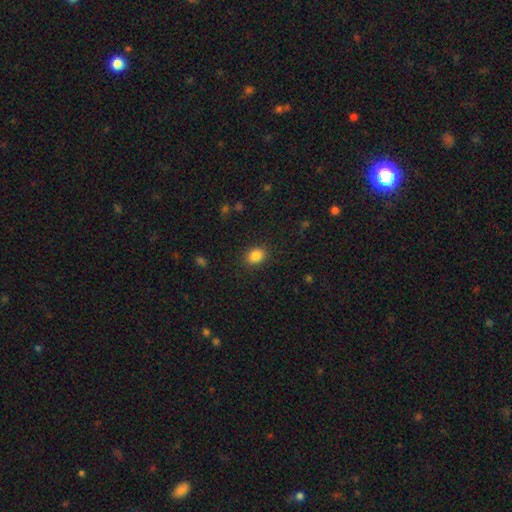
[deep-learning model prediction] A smooth galaxy with no disk features (85%) that is in between round and cigar-shaped (53%).

Vote fractions:
- Smooth or featured? smooth: 85% / star or artifact: 10% / featured or disk: 5%
- How rounded? in between: 53% / round: 46% / cigar-shaped: 1%
- Merging? none: 87% / minor disturbance: 9% / major disturbance: 3% / merger: 1%